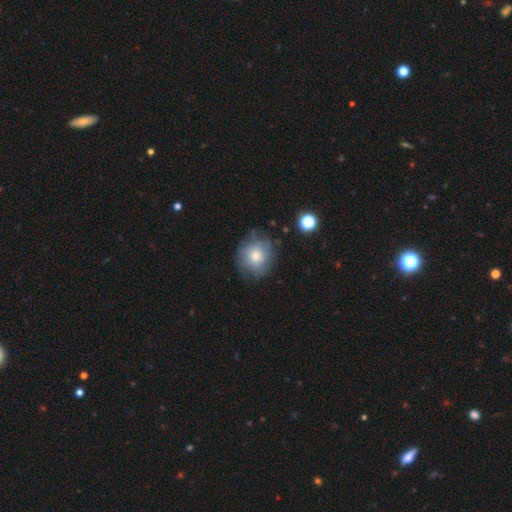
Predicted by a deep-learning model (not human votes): smooth_or_featured: smooth (p=0.66) [alt: featured or disk p=0.24]
how_rounded: round (p=0.86) [alt: in between p=0.13]
merging: none (p=0.73) [alt: minor disturbance p=0.19]